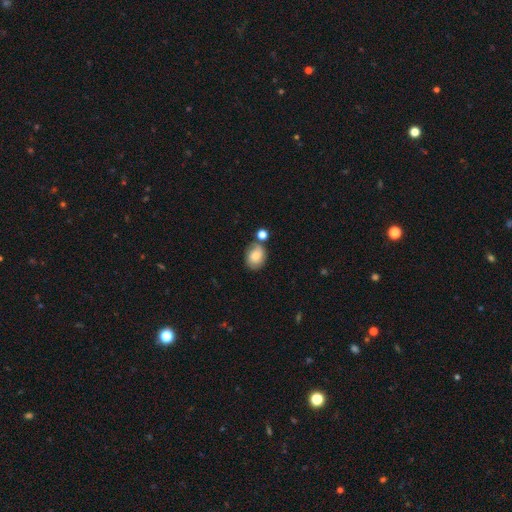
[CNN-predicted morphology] A smooth galaxy with no disk features (72%) that is in between round and cigar-shaped (60%). Merging: none (58%).